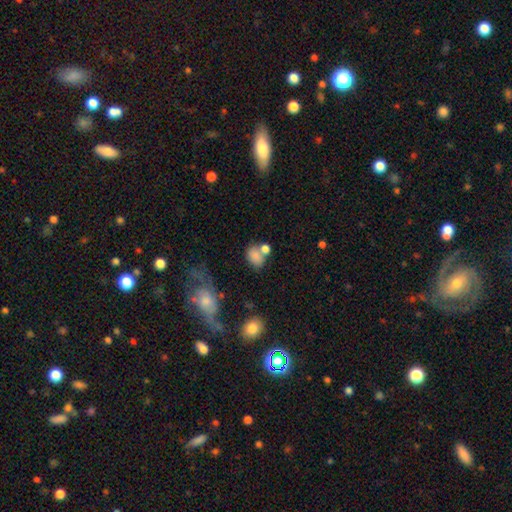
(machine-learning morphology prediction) Overall: smooth (78%). How rounded: in between (64%; round 35%). Merging: none (41%; merger 36%).